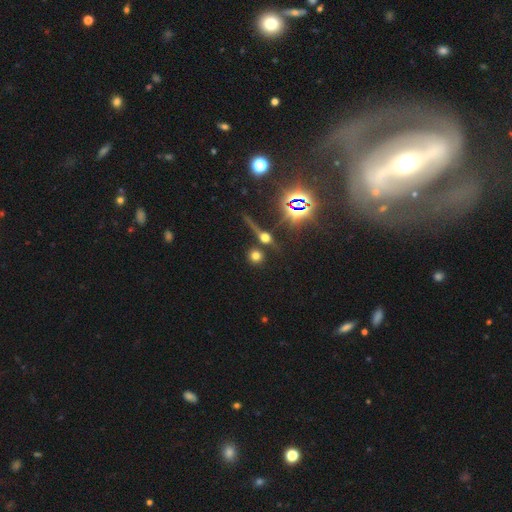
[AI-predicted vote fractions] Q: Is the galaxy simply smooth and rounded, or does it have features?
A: smooth — 59%.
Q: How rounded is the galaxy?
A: round — 90%.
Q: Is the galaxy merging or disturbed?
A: none — 74%.